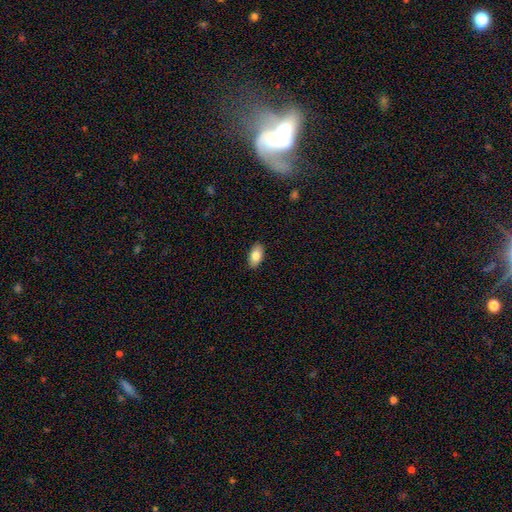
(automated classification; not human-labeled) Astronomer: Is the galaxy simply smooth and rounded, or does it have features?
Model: smooth — 84%.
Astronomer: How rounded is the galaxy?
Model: in between — 93%.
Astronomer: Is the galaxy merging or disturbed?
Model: none — 88%.